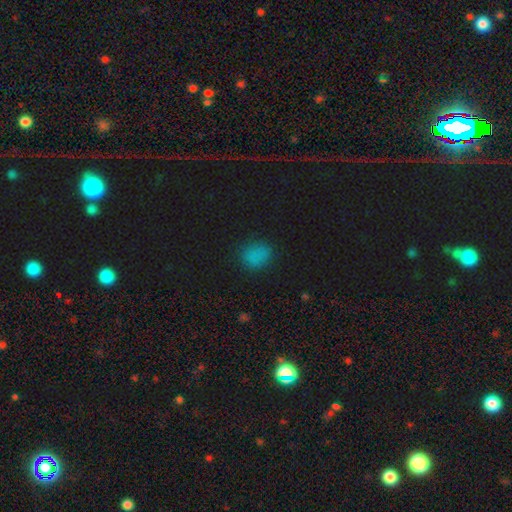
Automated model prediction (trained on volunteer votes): This is likely a smooth galaxy (77%). How rounded: likely round (62%). Merging: clearly none (83%).